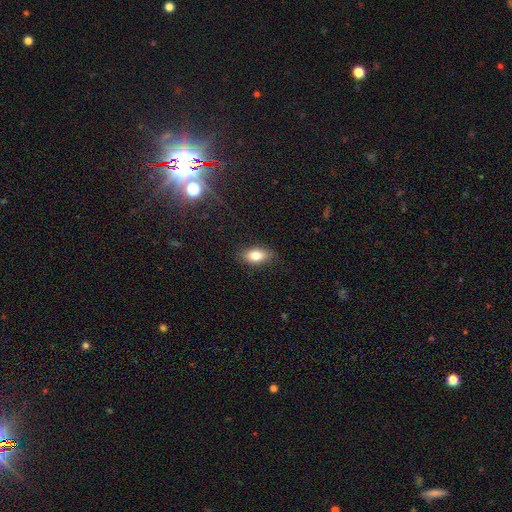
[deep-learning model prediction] A smooth galaxy with no disk features (79%) that is in between round and cigar-shaped (87%).

Vote fractions:
- Smooth or featured? smooth: 79% / featured or disk: 12% / star or artifact: 9%
- How rounded? in between: 87% / round: 8% / cigar-shaped: 5%
- Merging? none: 85% / minor disturbance: 12% / major disturbance: 3% / merger: 1%